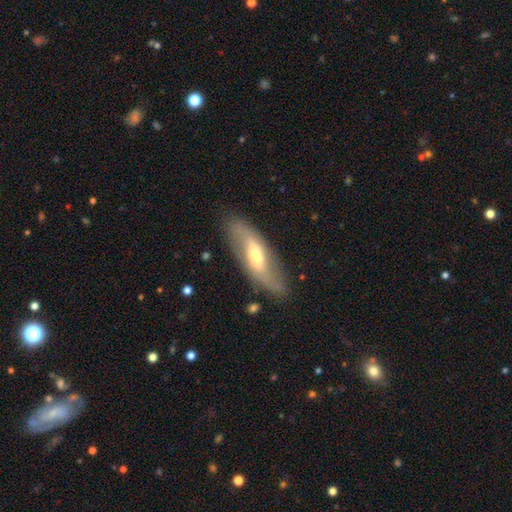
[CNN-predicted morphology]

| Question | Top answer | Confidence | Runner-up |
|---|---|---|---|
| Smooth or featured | featured or disk | 63% | smooth (31%) |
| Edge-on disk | no | 79% | yes (21%) |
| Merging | none | 81% | minor disturbance (13%) |